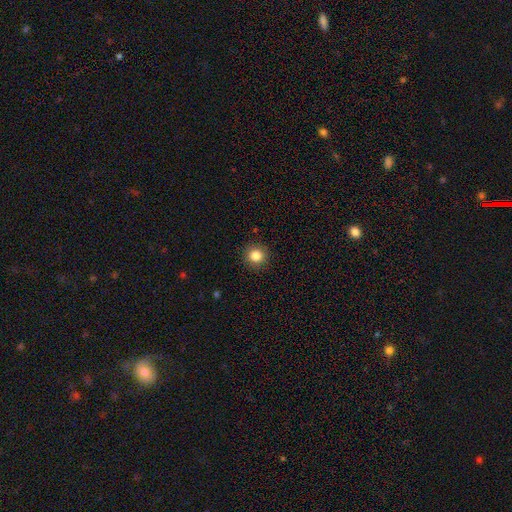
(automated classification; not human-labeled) Smooth or featured: smooth — 83% (star or artifact — 11%)
How rounded: round — 93% (in between — 6%)
Merging: none — 91% (minor disturbance — 6%)